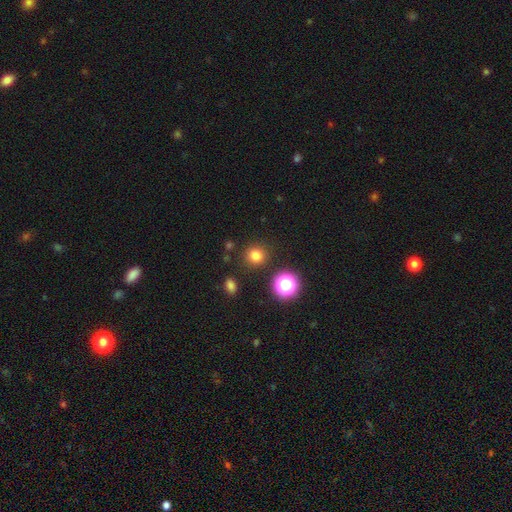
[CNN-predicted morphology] Smooth or featured: smooth — 78% (star or artifact — 17%)
How rounded: round — 90% (in between — 9%)
Merging: none — 88% (minor disturbance — 7%)